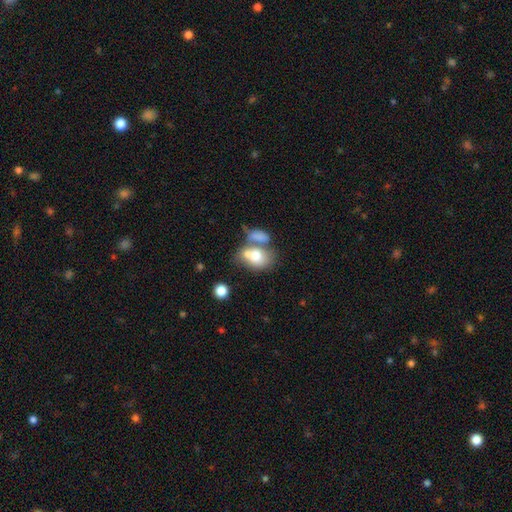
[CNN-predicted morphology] Overall: smooth (71%). How rounded: in between (73%). Merging: merger (55%; none 24%).